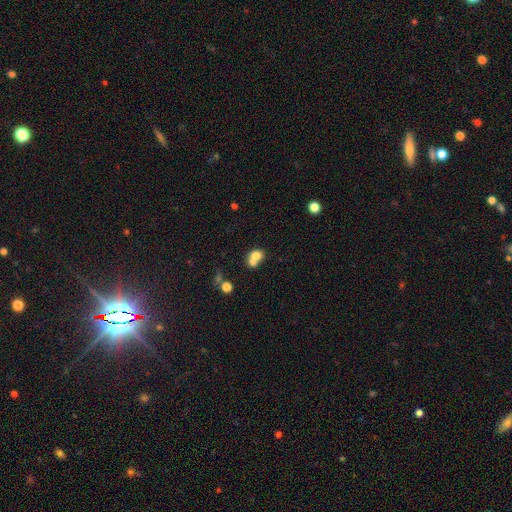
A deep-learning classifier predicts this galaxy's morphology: smooth_or_featured: smooth (p=0.71) [alt: featured or disk p=0.18]
how_rounded: round (p=0.62) [alt: in between p=0.37]
merging: merger (p=0.62) [alt: none p=0.27]